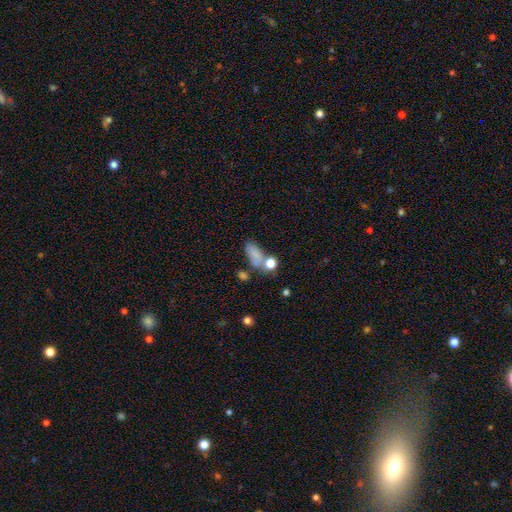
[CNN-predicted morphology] smooth_or_featured: smooth (p=0.75) [alt: featured or disk p=0.13]
how_rounded: in between (p=0.79) [alt: round p=0.13]
merging: none (p=0.43) [alt: merger p=0.27]